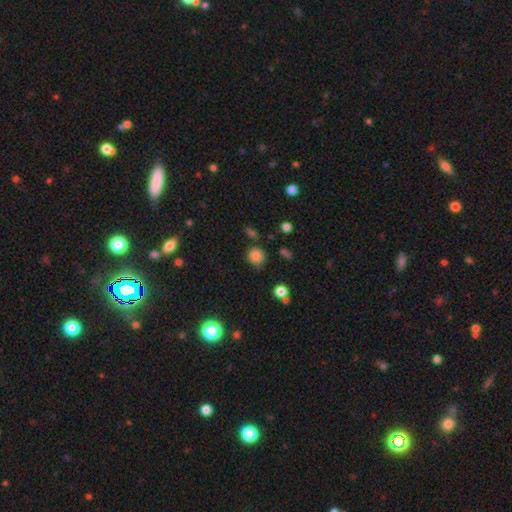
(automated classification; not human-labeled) This appears to be a smooth galaxy with no disk features (81%) that is round (90%). Merging: none (74%).